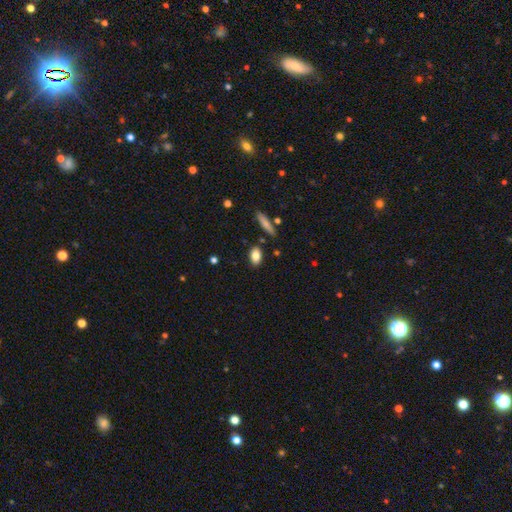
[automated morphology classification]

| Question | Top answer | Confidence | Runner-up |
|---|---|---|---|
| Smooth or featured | smooth | 82% | featured or disk (10%) |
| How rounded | in between | 85% | round (9%) |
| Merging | none | 84% | minor disturbance (10%) |